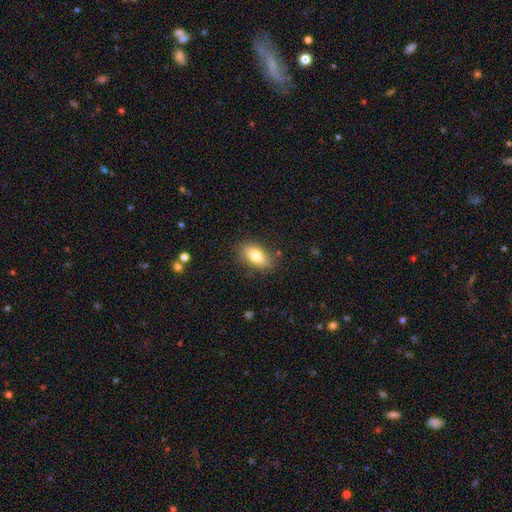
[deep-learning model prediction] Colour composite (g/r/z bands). It shows a smooth galaxy with no disk features (78%) that is in between round and cigar-shaped (88%). Merging: none (84%).